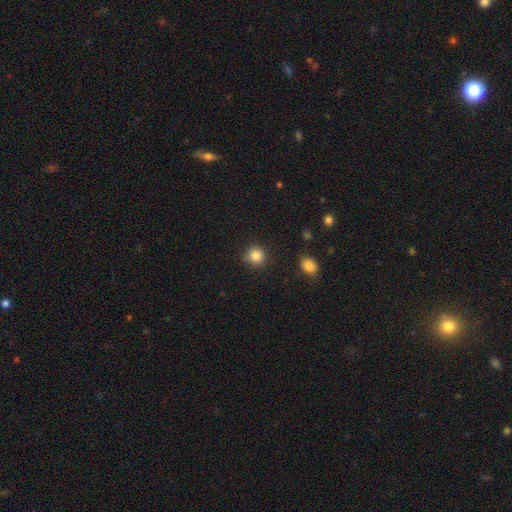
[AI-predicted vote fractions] Smooth or featured? Predicted: smooth (p=0.85). How rounded? Predicted: round (p=0.92). Merging? Predicted: none (p=0.87).